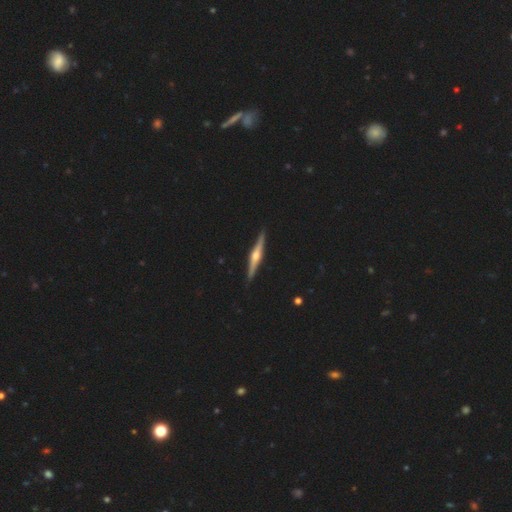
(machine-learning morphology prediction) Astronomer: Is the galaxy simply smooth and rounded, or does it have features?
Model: featured or disk — 79%.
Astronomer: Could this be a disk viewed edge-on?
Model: yes — 98%.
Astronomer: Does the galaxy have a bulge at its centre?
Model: rounded — 88%.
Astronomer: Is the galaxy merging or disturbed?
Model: none — 91%.